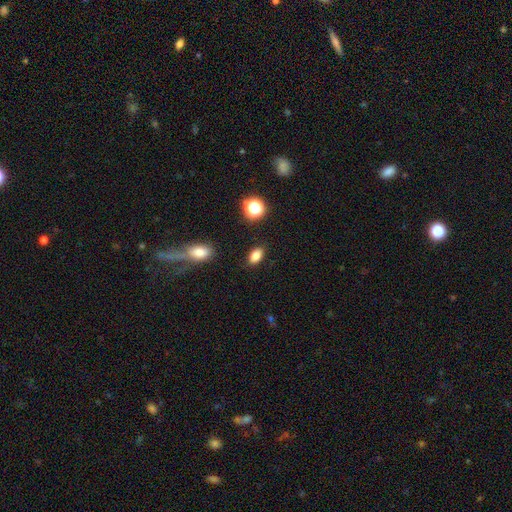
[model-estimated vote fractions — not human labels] The model was most divided on "smooth or featured": smooth: 83%, star or artifact: 12%, featured or disk: 6%. More confident: how rounded — in between (87%); merging — none (87%).